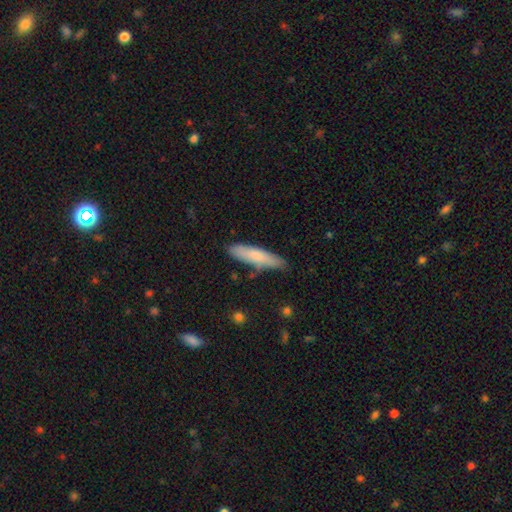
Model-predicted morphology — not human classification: The model was most divided on "how rounded": cigar-shaped: 77%, in between: 21%, round: 1%. More confident: merging — none (81%); smooth or featured — smooth (78%).